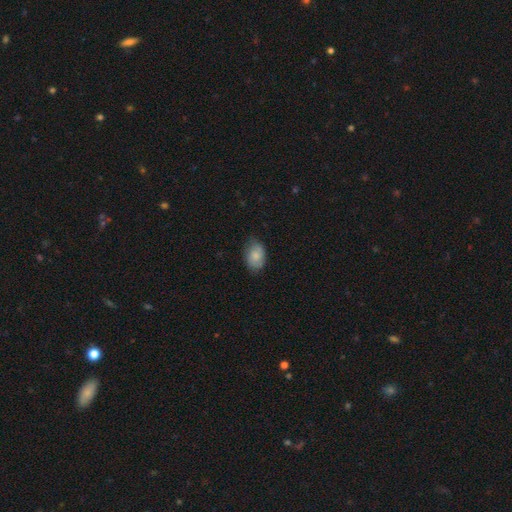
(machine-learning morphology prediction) smooth-or-featured: smooth: 77% | featured or disk: 16% | star or artifact: 7%
  how-rounded: in between: 82% | round: 17% | cigar-shaped: 1%
  merging: none: 70% | minor disturbance: 25% | major disturbance: 5% | merger: 1%